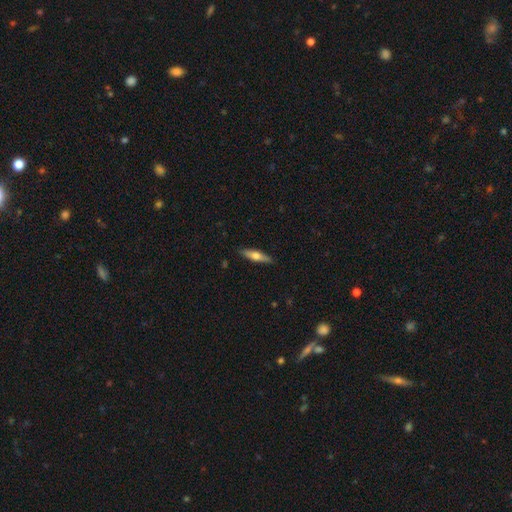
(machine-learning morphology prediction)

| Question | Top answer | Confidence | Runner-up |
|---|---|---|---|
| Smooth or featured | smooth | 51% | featured or disk (43%) |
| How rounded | cigar-shaped | 71% | in between (27%) |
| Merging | none | 88% | minor disturbance (9%) |